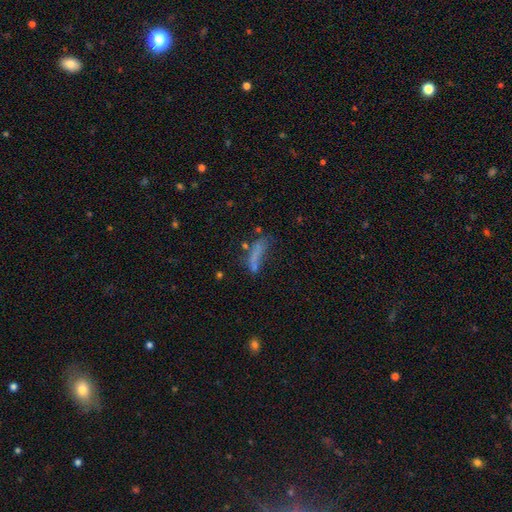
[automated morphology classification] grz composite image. It shows a smooth galaxy with no disk features (60%) that is cigar-shaped (62%). Merging: none (44%).